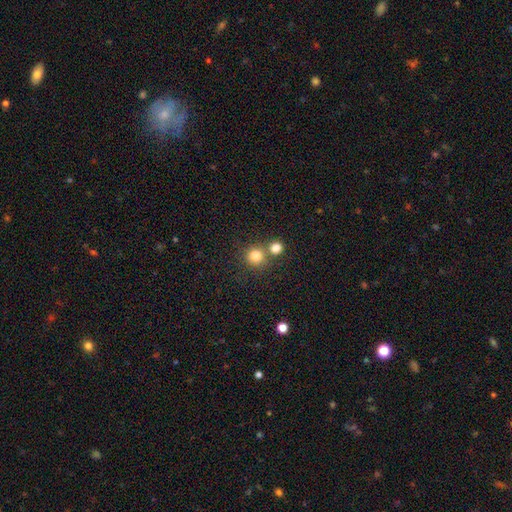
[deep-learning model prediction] Smooth or featured? Predicted: smooth (p=0.80). How rounded? Predicted: round (p=0.92). Merging? Predicted: none (p=0.64).